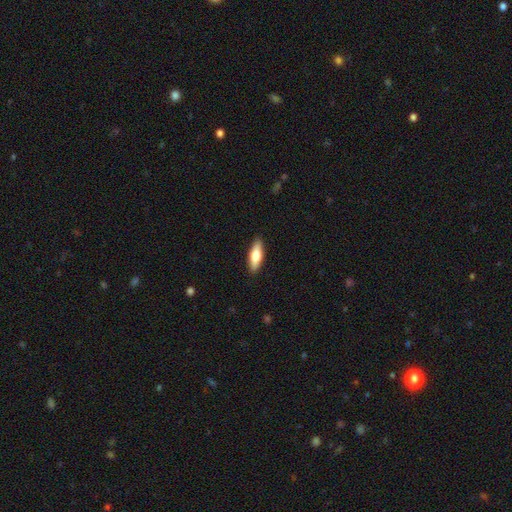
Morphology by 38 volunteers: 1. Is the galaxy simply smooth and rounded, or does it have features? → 82% smooth, 16% featured or disk, 3% star or artifact.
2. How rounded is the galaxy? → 68% cigar-shaped, 32% in between, 0% round.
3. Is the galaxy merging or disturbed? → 86% none, 8% minor disturbance, 3% major disturbance, 3% merger.